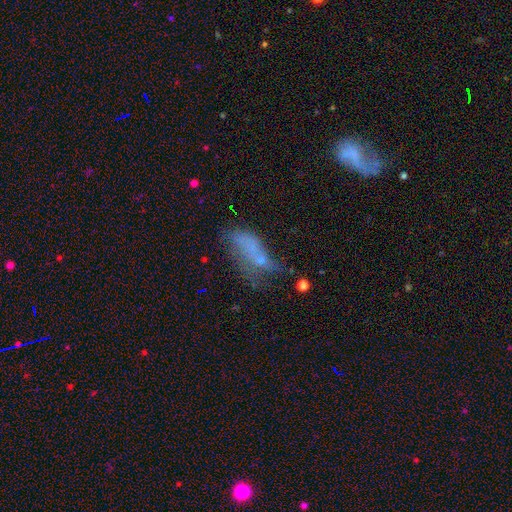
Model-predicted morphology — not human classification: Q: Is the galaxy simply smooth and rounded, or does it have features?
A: smooth — 46%.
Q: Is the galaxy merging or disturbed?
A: major disturbance — 37%.